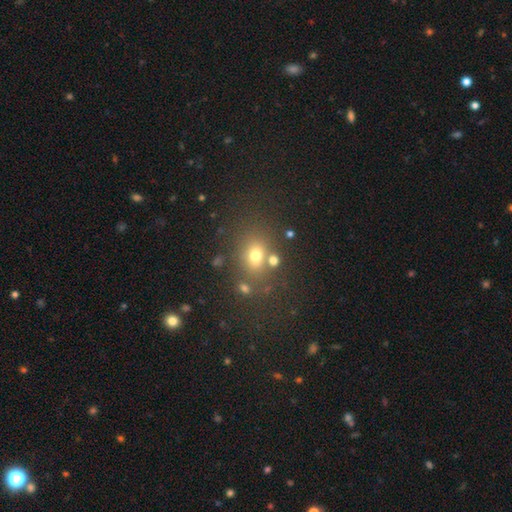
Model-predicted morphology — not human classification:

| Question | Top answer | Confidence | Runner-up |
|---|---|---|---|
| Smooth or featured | smooth | 68% | star or artifact (20%) |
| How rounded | in between | 50% | round (48%) |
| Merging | none | 67% | merger (13%) |